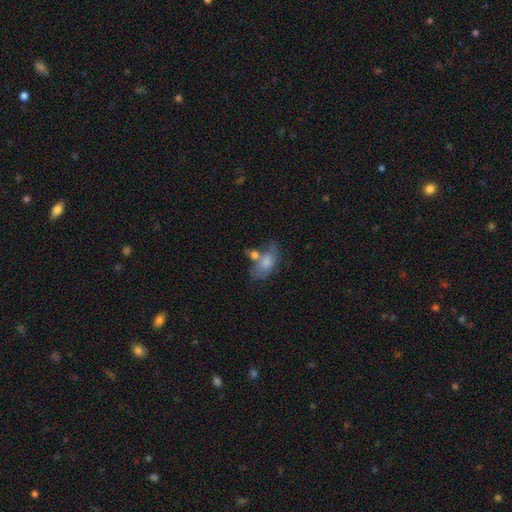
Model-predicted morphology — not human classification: This is likely a smooth galaxy (61%). How rounded: clearly in between (86%). Merging: marginally none (34%).